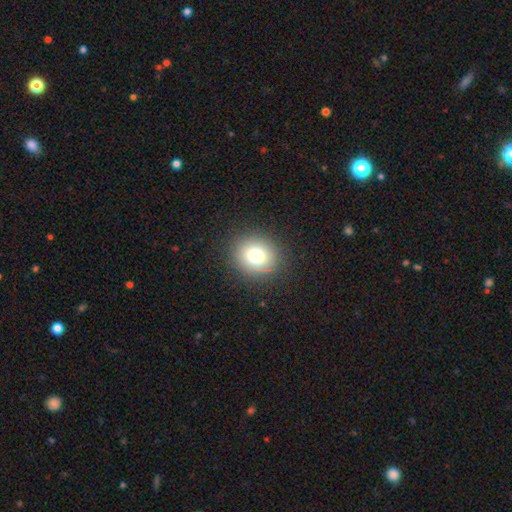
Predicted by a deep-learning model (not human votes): The model was most divided on "how rounded": round: 76%, in between: 23%, cigar-shaped: 1%. More confident: merging — none (87%); smooth or featured — smooth (77%).